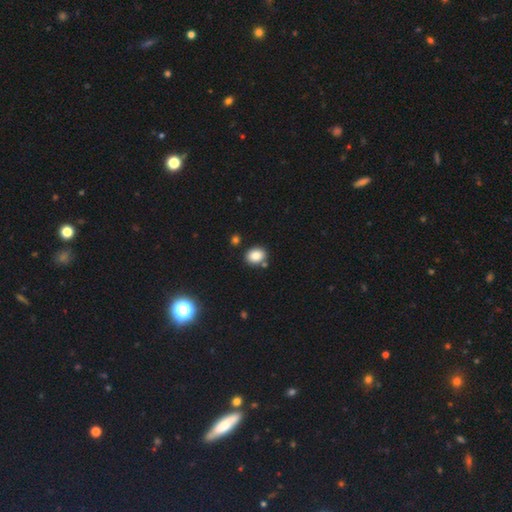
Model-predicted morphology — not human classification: A smooth galaxy with no disk features (85%) that is round (50%).

Vote fractions:
- Smooth or featured? smooth: 85% / star or artifact: 10% / featured or disk: 5%
- How rounded? round: 50% / in between: 49% / cigar-shaped: 1%
- Merging? none: 78% / minor disturbance: 10% / merger: 9% / major disturbance: 3%